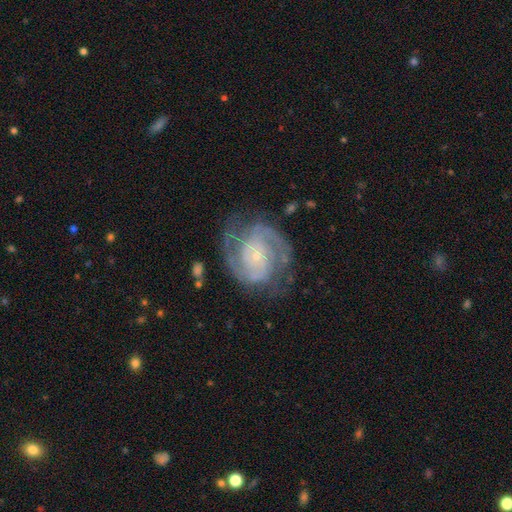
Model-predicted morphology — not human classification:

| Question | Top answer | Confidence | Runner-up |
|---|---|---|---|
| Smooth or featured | featured or disk | 89% | smooth (6%) |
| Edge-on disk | no | 98% | yes (2%) |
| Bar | no | 65% | weak (27%) |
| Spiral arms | yes | 97% | no (3%) |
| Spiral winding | tight | 55% | medium (38%) |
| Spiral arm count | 2 | 67% | 3 (12%) |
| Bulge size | small | 81% | moderate (14%) |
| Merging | none | 73% | minor disturbance (17%) |